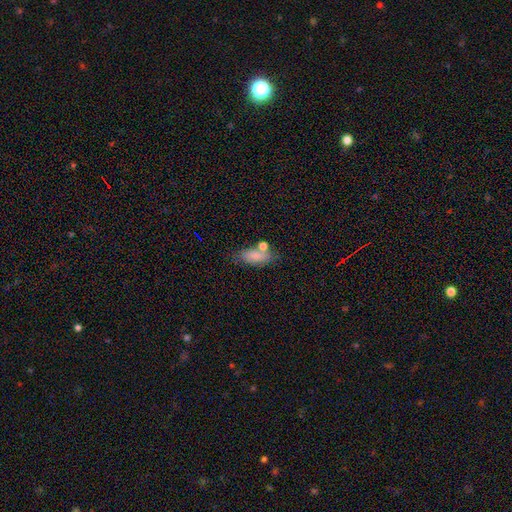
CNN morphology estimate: This is likely a smooth galaxy (79%). How rounded: clearly in between (81%). Merging: possibly none (55%).